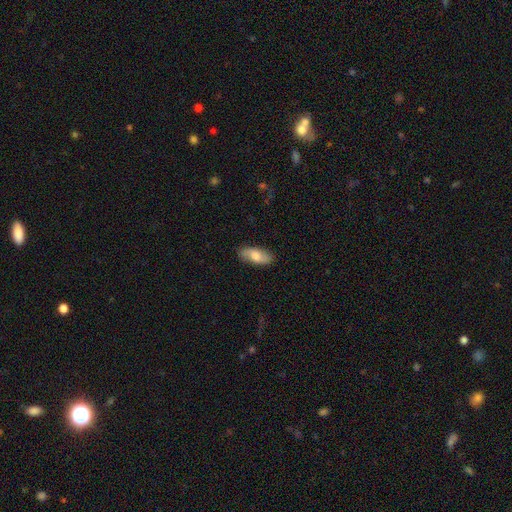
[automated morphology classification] smooth_or_featured: smooth (p=0.68) [alt: featured or disk p=0.26]
how_rounded: in between (p=0.83) [alt: cigar-shaped p=0.14]
merging: none (p=0.84) [alt: minor disturbance p=0.12]